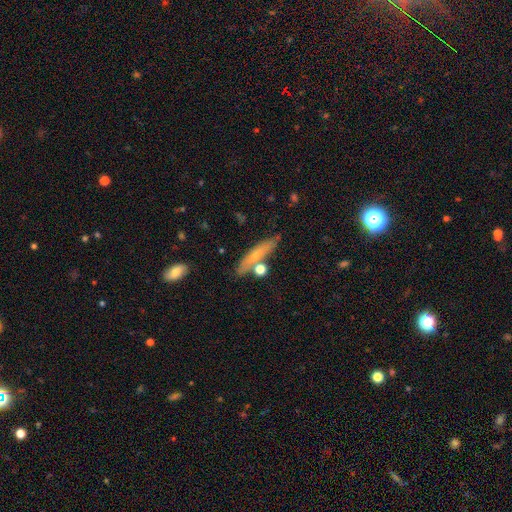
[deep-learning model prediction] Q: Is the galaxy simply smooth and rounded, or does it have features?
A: smooth — 56%.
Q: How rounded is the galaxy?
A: cigar-shaped — 81%.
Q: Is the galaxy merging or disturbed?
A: none — 75%.